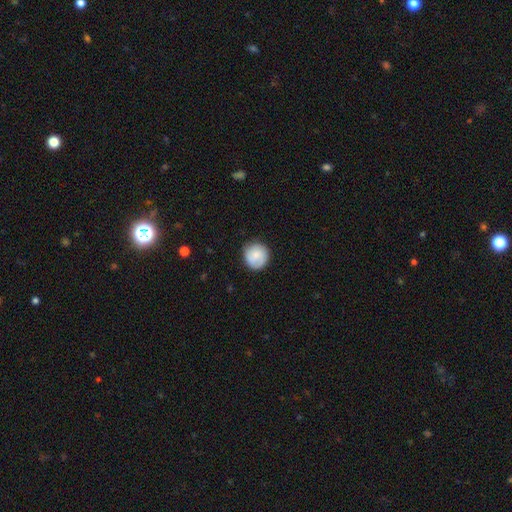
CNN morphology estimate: smooth-or-featured: smooth: 75% | featured or disk: 18% | star or artifact: 7%
  how-rounded: round: 91% | in between: 8% | cigar-shaped: 1%
  merging: none: 82% | minor disturbance: 14% | major disturbance: 3% | merger: 1%